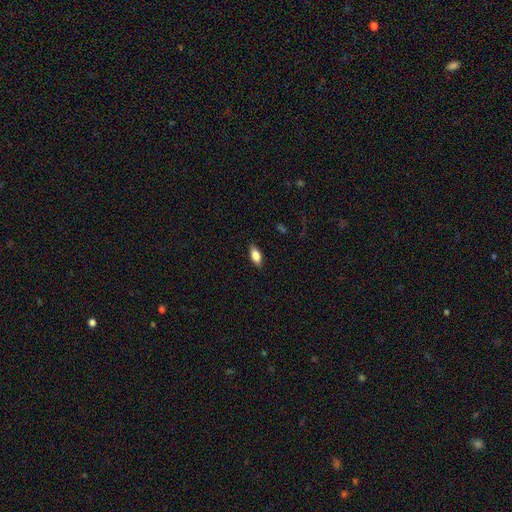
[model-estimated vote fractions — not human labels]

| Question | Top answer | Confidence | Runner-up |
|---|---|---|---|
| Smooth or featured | smooth | 75% | featured or disk (18%) |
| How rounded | in between | 83% | cigar-shaped (13%) |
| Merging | none | 85% | minor disturbance (11%) |